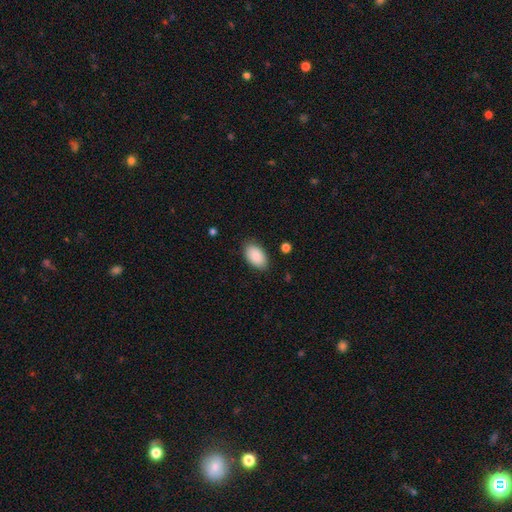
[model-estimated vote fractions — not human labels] A smooth galaxy with no disk features (90%) that is in between round and cigar-shaped (94%).

Vote fractions:
- Smooth or featured? smooth: 90% / star or artifact: 6% / featured or disk: 4%
- How rounded? in between: 94% / round: 5% / cigar-shaped: 1%
- Merging? none: 85% / minor disturbance: 11% / major disturbance: 3% / merger: 1%